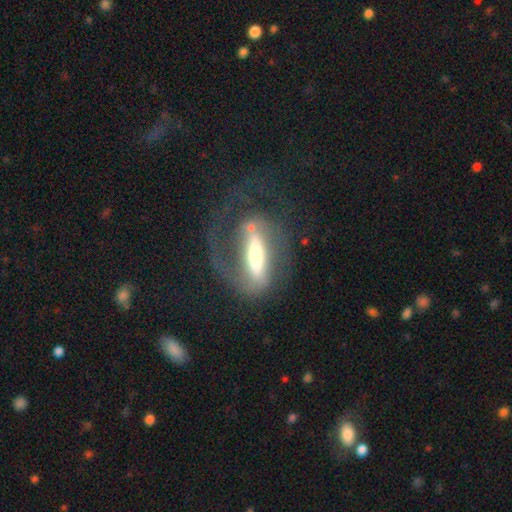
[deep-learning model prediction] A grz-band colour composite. It shows a featured or disk galaxy (73%) with a strong bar (66%), spiral arms (78%) and a moderate central bulge (41%). Merging: major disturbance (43%).